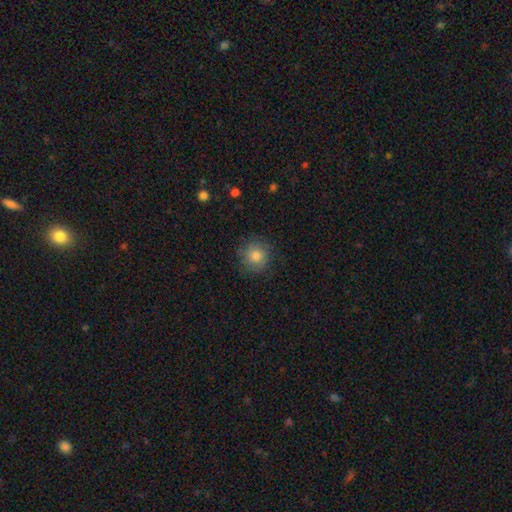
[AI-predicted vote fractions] The model was most divided on "smooth or featured": smooth: 81%, star or artifact: 10%, featured or disk: 9%. More confident: how rounded — round (92%); merging — none (84%).